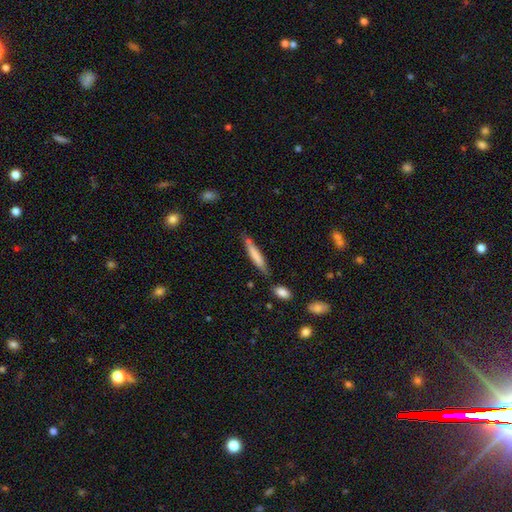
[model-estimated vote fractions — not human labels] A smooth galaxy with no disk features (71%) that is cigar-shaped (91%). Merging: none (72%).